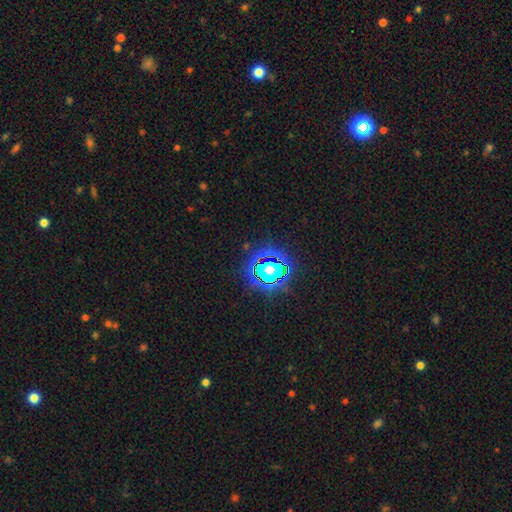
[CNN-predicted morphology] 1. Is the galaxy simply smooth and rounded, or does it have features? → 82% star or artifact, 11% smooth, 7% featured or disk.